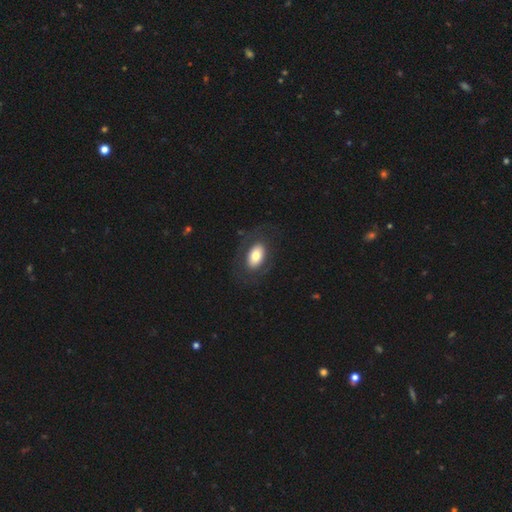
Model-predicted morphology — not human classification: Overall: smooth (67%). How rounded: in between (91%). Merging: none (77%).